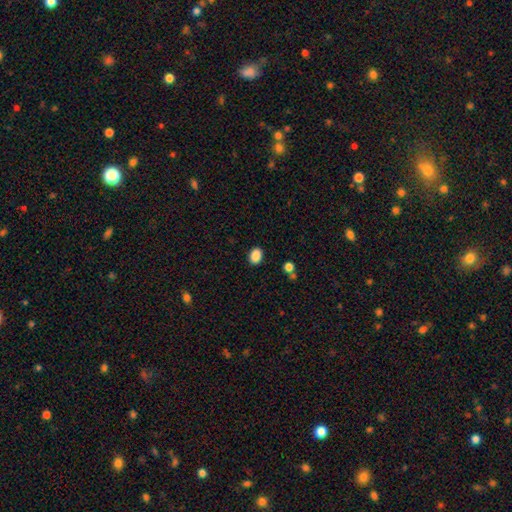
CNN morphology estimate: This is clearly a smooth galaxy (88%). How rounded: likely in between (72%). Merging: clearly none (88%).